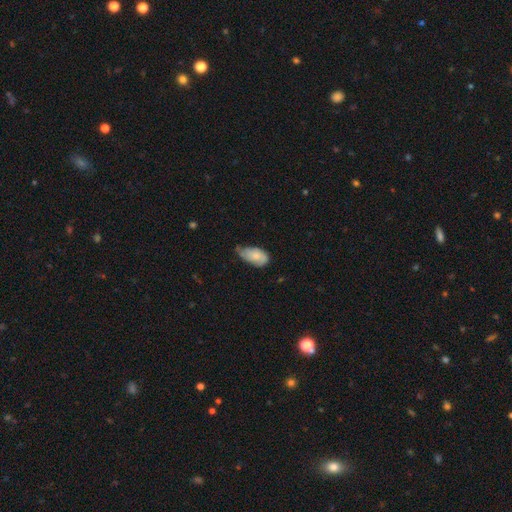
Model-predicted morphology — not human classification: Q: Smooth or featured?
A: smooth (70%); runner-up: featured or disk (23%)
Q: How rounded?
A: in between (93%); runner-up: round (4%)
Q: Merging?
A: minor disturbance (51%); runner-up: none (33%)